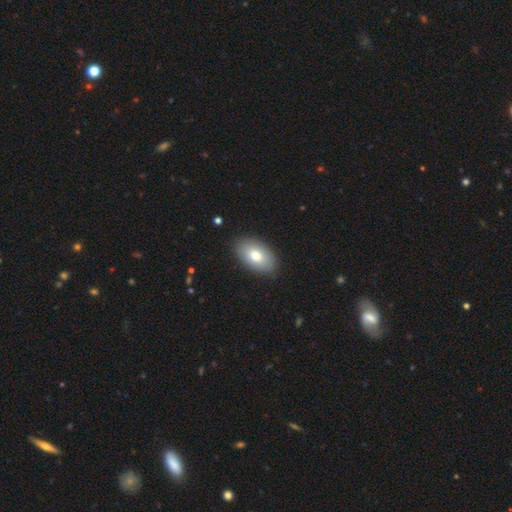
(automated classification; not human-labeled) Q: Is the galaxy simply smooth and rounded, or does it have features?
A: smooth — 76%.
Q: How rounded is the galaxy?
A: in between — 92%.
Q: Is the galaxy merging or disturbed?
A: none — 87%.